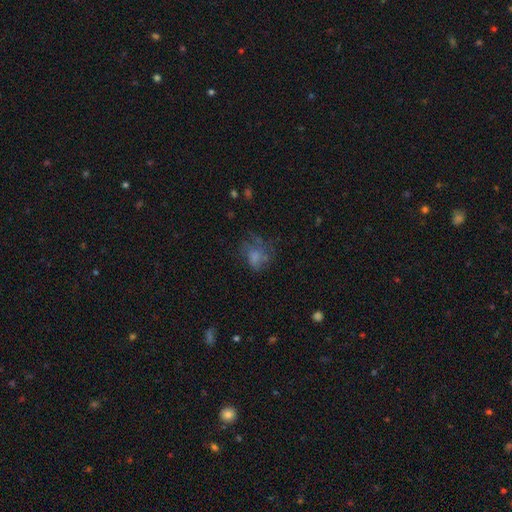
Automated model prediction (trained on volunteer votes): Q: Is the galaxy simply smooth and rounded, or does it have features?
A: smooth — 55%.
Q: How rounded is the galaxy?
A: in between — 55%.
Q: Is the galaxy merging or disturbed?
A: none — 39%.